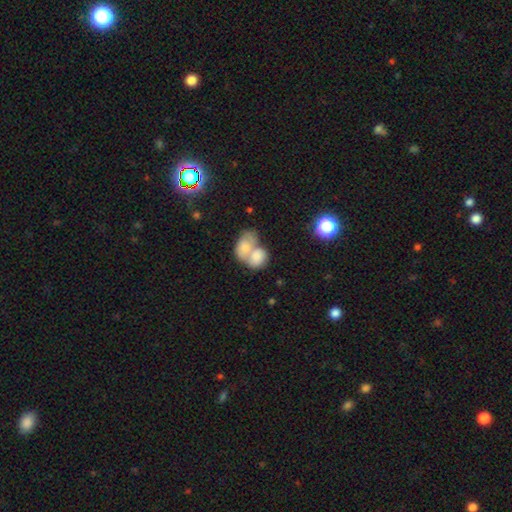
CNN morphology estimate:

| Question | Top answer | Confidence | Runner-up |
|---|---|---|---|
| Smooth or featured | smooth | 73% | featured or disk (19%) |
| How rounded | in between | 59% | round (40%) |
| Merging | merger | 76% | none (14%) |